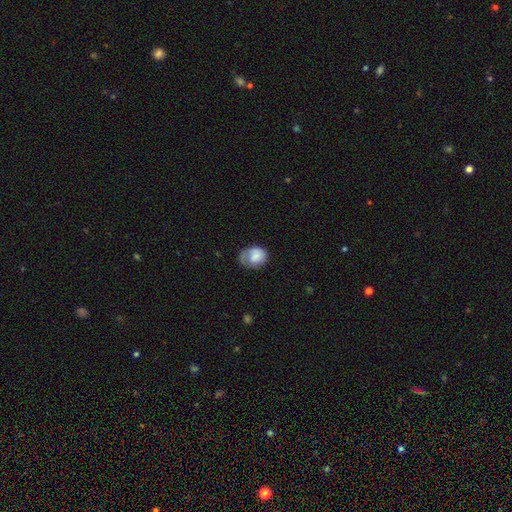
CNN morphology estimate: This is likely a smooth galaxy (73%). How rounded: possibly in between (56%). Merging: marginally none (38%).